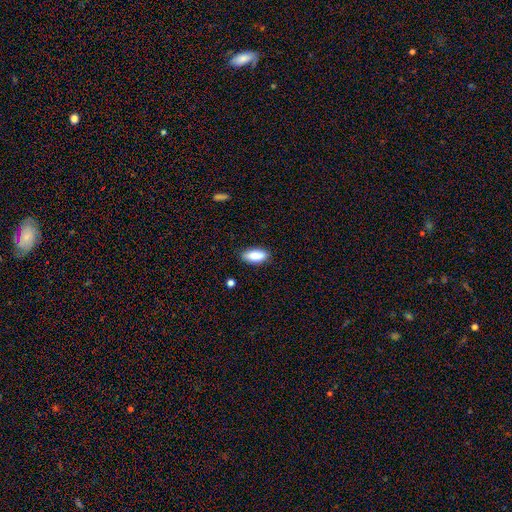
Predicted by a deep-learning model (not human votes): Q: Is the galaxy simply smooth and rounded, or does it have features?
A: smooth — 86%.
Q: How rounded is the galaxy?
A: in between — 86%.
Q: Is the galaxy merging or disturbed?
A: none — 85%.